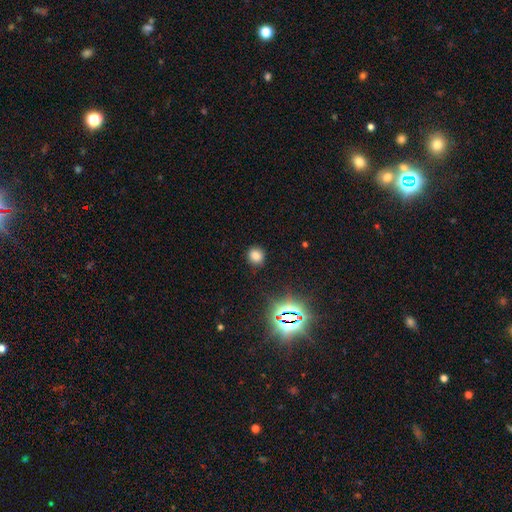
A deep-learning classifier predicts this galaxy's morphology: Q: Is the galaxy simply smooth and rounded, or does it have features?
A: smooth — 76%.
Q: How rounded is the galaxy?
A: round — 85%.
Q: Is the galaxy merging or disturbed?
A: none — 88%.